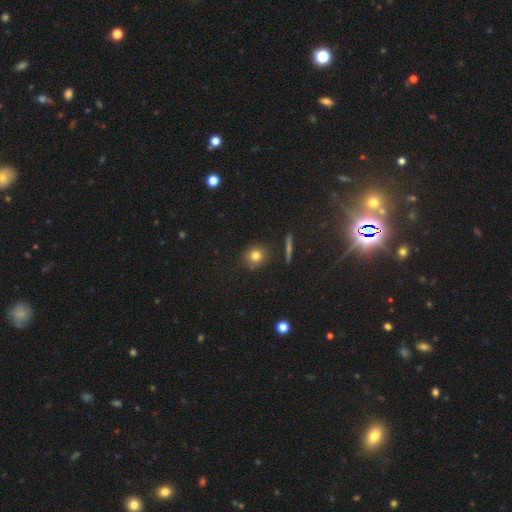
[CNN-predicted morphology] smooth 78%, star or artifact 13%, featured or disk 9%. Down the decision tree: how rounded — round (86%); merging — none (82%).